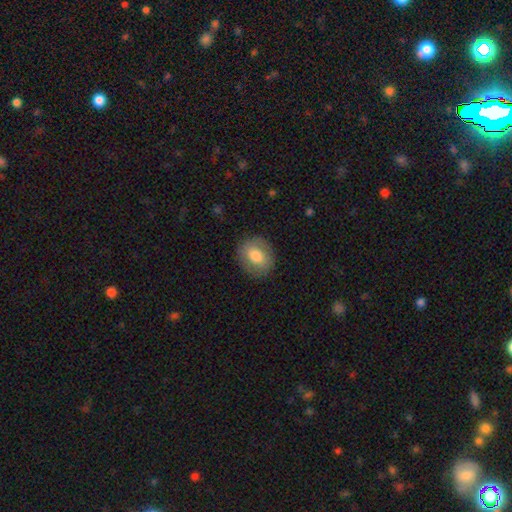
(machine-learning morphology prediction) smooth 71%, featured or disk 22%, star or artifact 7%. Down the decision tree: how rounded — round (66%); merging — none (86%).